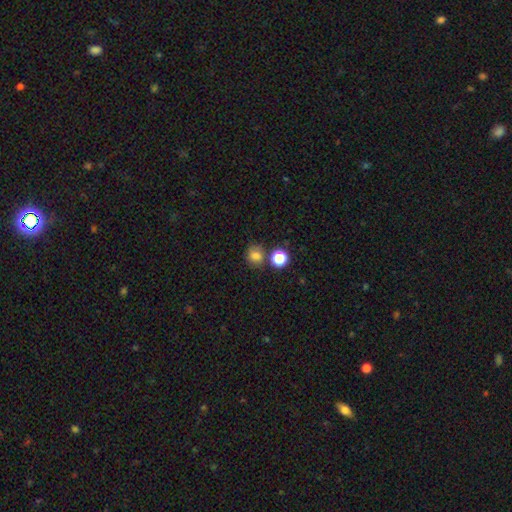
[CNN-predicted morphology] smooth 75%, star or artifact 17%, featured or disk 7%. Down the decision tree: how rounded — round (77%); merging — none (70%).